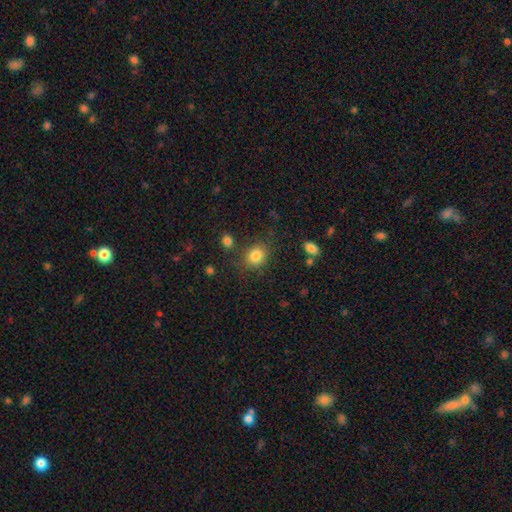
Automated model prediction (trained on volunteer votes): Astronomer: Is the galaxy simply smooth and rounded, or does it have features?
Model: smooth — 83%.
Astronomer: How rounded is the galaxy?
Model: round — 64%.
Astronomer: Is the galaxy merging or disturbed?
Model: none — 78%.